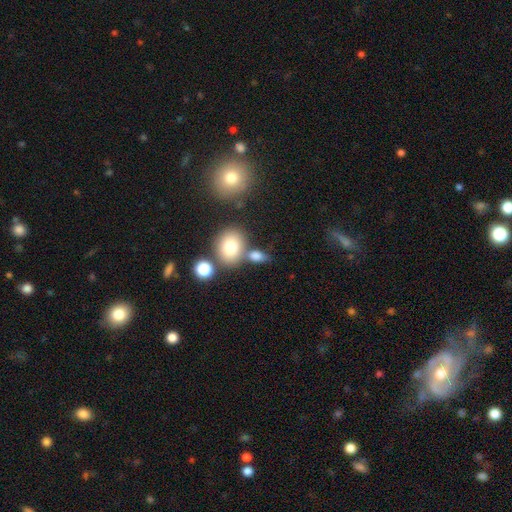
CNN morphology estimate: type=smooth (75%); roundness=in between (66%); merging=none (60%).